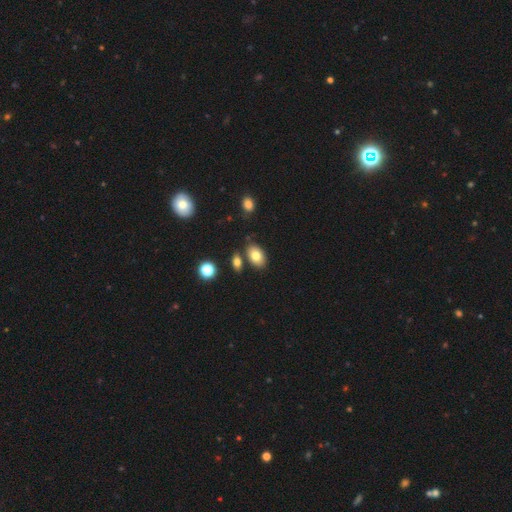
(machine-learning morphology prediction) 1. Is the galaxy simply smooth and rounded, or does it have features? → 79% smooth, 12% featured or disk, 9% star or artifact.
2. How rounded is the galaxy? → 89% in between, 10% round, 1% cigar-shaped.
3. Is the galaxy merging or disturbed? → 76% none, 12% minor disturbance, 9% merger, 3% major disturbance.